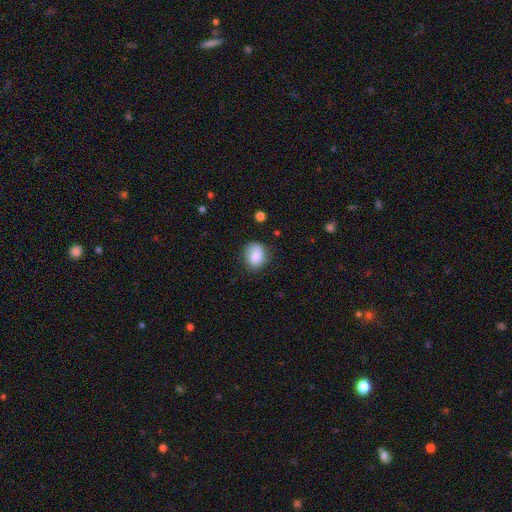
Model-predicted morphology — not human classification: This appears to be a smooth galaxy with no disk features (83%) that is round (58%). Merging: none (73%).